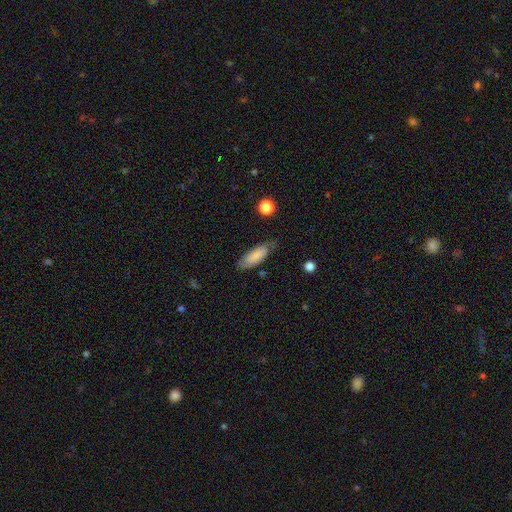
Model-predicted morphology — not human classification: A smooth galaxy with no disk features (81%) that is in between round and cigar-shaped (65%). Merging: none (69%).